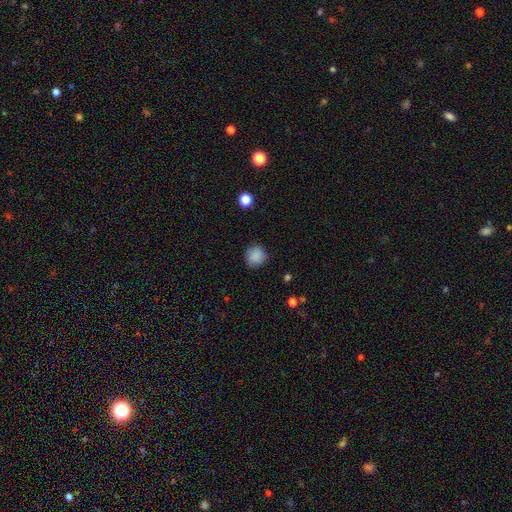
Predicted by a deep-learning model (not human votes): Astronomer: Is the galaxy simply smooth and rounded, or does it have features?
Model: smooth — 87%.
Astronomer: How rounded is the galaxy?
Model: round — 86%.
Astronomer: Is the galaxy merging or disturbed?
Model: none — 85%.